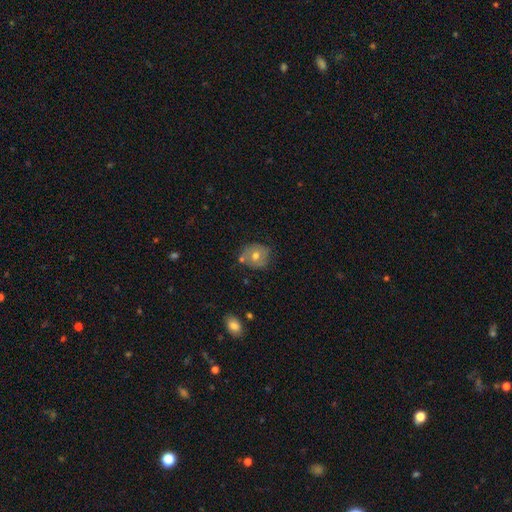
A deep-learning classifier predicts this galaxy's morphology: A smooth galaxy with no disk features (55%) that is round (73%). Merging: none (64%).